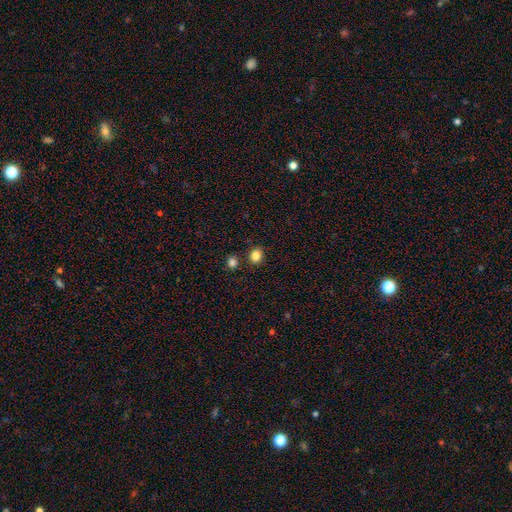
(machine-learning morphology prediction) Smooth or featured?
  - smooth: 85% *
  - star or artifact: 12%
  - featured or disk: 4%
How rounded?
  - round: 77% *
  - in between: 22%
  - cigar-shaped: 1%
Merging?
  - none: 84% *
  - minor disturbance: 8%
  - merger: 6%
  - major disturbance: 2%